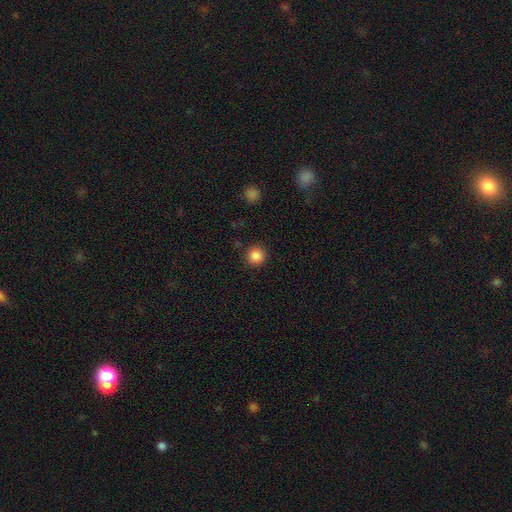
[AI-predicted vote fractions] Smooth or featured: smooth — 86% (star or artifact — 10%)
How rounded: round — 94% (in between — 5%)
Merging: none — 90% (minor disturbance — 6%)